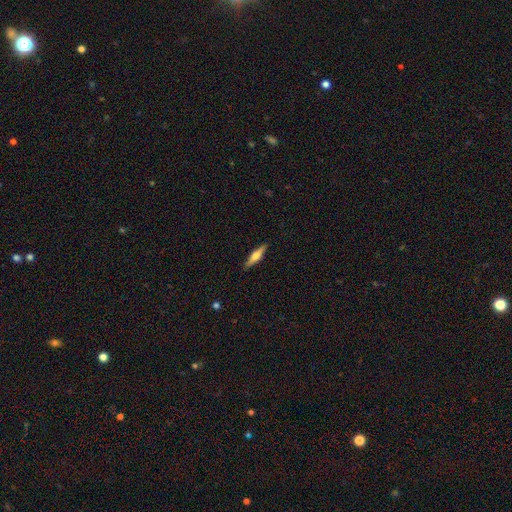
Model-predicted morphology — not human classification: This appears to be a featured or disk galaxy (58%) viewed edge-on (96%) with a rounded central bulge (88%). Merging: none (89%).